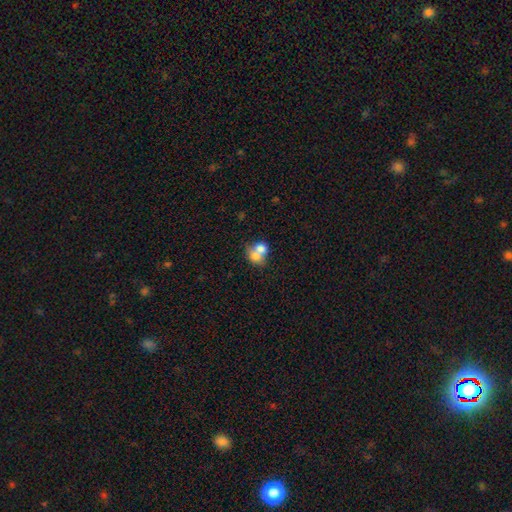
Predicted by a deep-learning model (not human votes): This is likely a smooth galaxy (71%). How rounded: possibly round (55%). Merging: likely merger (67%).